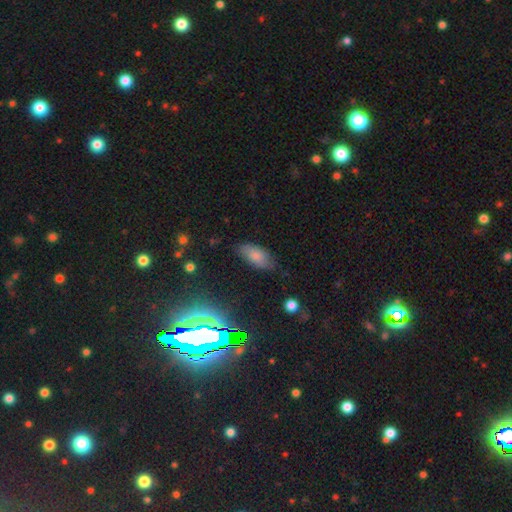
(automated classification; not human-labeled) smooth-or-featured: smooth: 76% | featured or disk: 14% | star or artifact: 10%
  how-rounded: in between: 89% | cigar-shaped: 8% | round: 3%
  merging: none: 72% | minor disturbance: 22% | major disturbance: 5% | merger: 2%